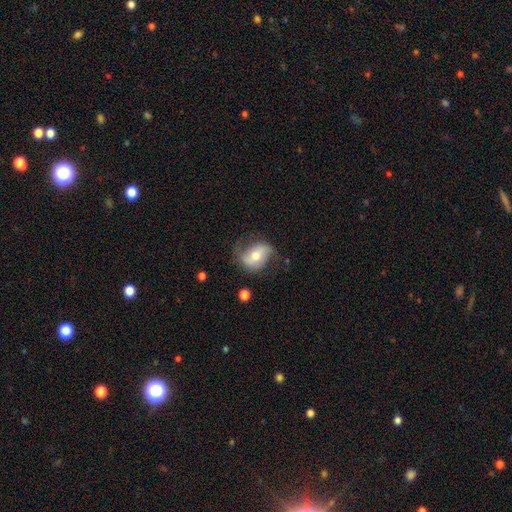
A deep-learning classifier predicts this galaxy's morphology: This appears to be a featured or disk galaxy (48%). Merging: none (59%).